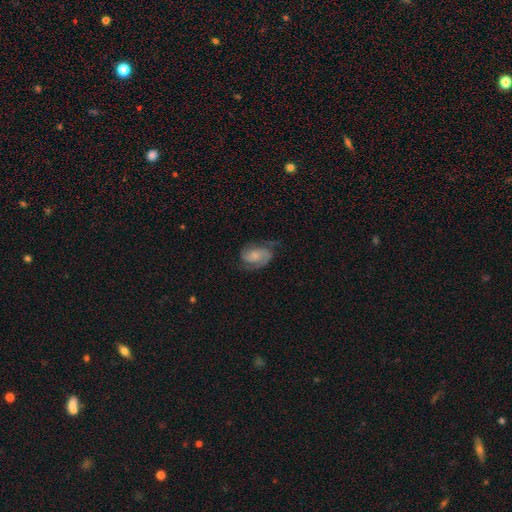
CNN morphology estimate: Overall: featured or disk (71%). Edge-on disk: no (97%). Bar: no (64%; weak 30%). Spiral arms: yes (94%). Spiral arm count: 2 (83%). Spiral winding: medium (46%; tight 31%). Bulge size: small (40%; moderate 32%). Merging: none (61%; minor disturbance 23%).